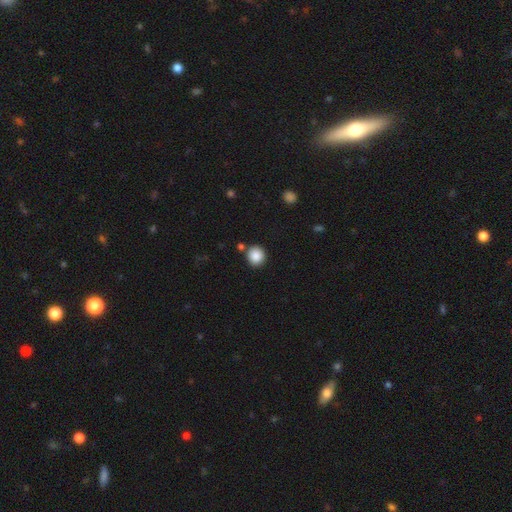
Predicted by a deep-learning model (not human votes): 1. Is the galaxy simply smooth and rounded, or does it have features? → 88% smooth, 9% star or artifact, 4% featured or disk.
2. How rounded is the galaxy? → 87% round, 13% in between, 1% cigar-shaped.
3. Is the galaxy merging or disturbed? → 81% none, 9% minor disturbance, 7% merger, 3% major disturbance.